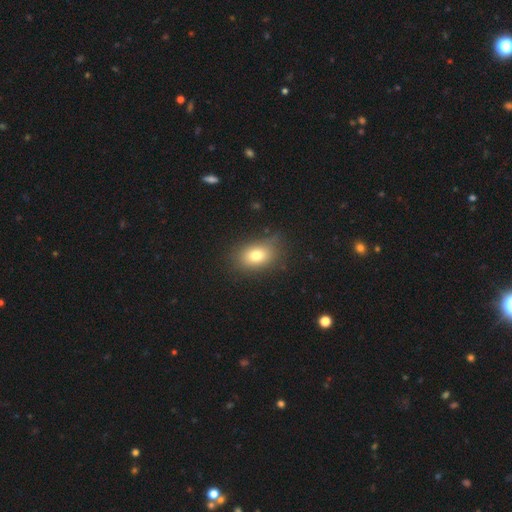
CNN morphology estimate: Smooth or featured?
  - smooth: 77% *
  - featured or disk: 12%
  - star or artifact: 11%
How rounded?
  - in between: 77% *
  - round: 21%
  - cigar-shaped: 2%
Merging?
  - none: 74% *
  - minor disturbance: 19%
  - major disturbance: 5%
  - merger: 2%